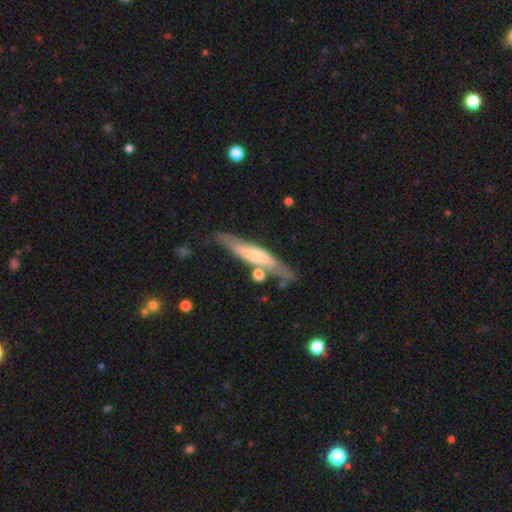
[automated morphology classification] featured or disk 50%, smooth 44%, star or artifact 6%. Down the decision tree: edge-on disk — yes (78%); merging — none (65%).